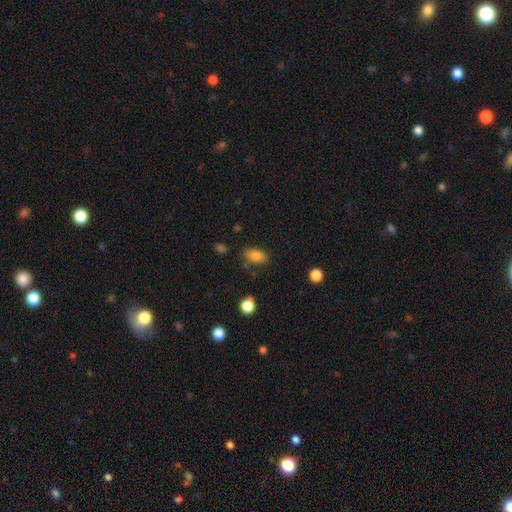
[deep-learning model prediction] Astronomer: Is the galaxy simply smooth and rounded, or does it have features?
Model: smooth — 84%.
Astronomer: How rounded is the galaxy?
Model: in between — 89%.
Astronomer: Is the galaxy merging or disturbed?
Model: none — 77%.